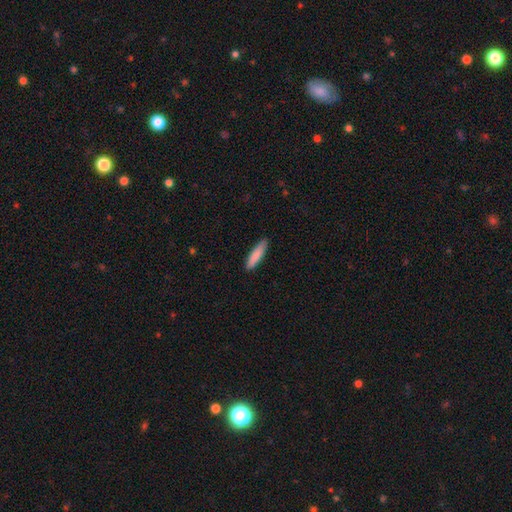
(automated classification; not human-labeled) This appears to be a smooth galaxy with no disk features (86%) that is cigar-shaped (76%). Merging: none (88%).